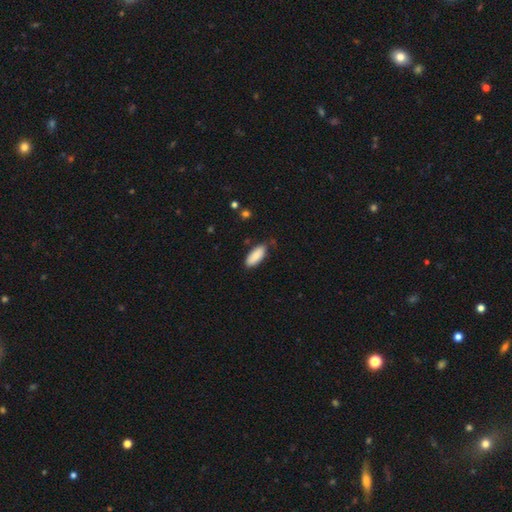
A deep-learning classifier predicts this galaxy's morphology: Q: Smooth or featured?
A: smooth (87%); runner-up: featured or disk (8%)
Q: How rounded?
A: in between (81%); runner-up: cigar-shaped (17%)
Q: Merging?
A: none (73%); runner-up: minor disturbance (21%)